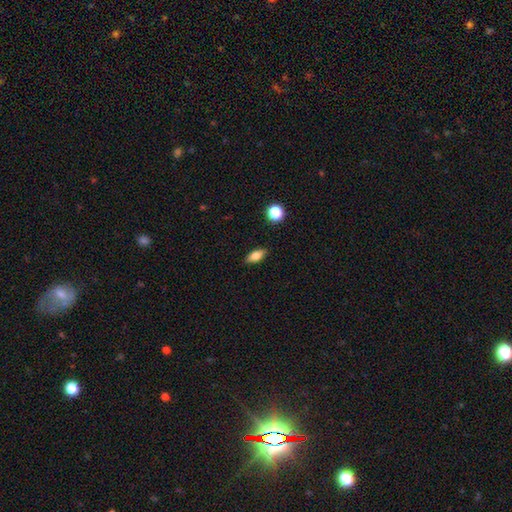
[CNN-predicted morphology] A smooth galaxy with no disk features (72%) that is in between round and cigar-shaped (77%).

Vote fractions:
- Smooth or featured? smooth: 72% / featured or disk: 20% / star or artifact: 8%
- How rounded? in between: 77% / cigar-shaped: 17% / round: 5%
- Merging? none: 88% / minor disturbance: 9% / major disturbance: 2% / merger: 1%